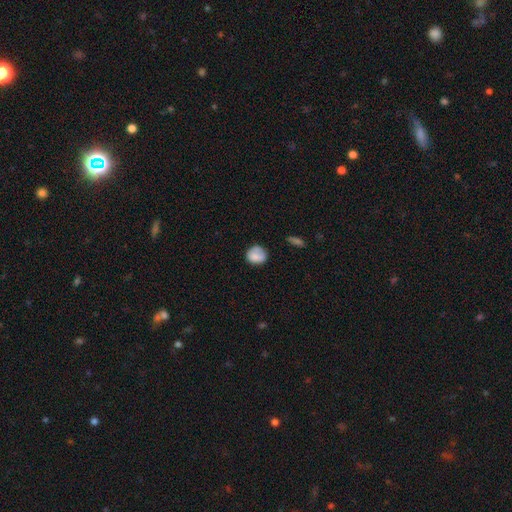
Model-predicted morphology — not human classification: Smooth or featured?
  - smooth: 78% *
  - featured or disk: 13%
  - star or artifact: 8%
How rounded?
  - round: 77% *
  - in between: 22%
  - cigar-shaped: 1%
Merging?
  - none: 64% *
  - minor disturbance: 24%
  - major disturbance: 9%
  - merger: 3%